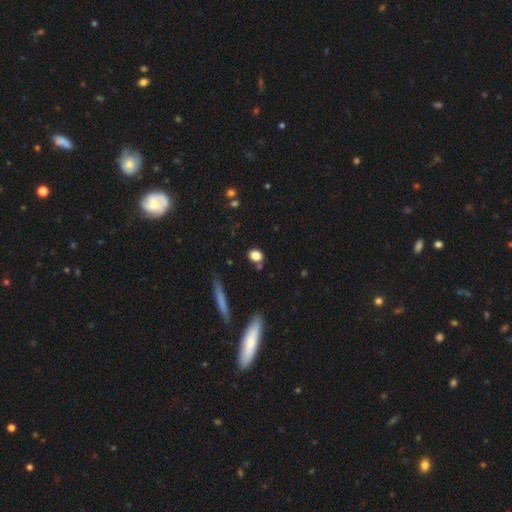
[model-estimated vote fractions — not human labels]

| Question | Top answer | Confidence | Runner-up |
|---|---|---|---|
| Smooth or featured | smooth | 83% | star or artifact (10%) |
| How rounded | round | 51% | in between (45%) |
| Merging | none | 76% | minor disturbance (13%) |